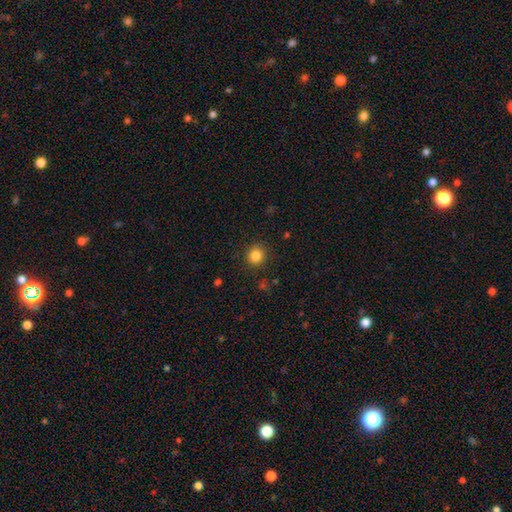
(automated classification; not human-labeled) A smooth galaxy with no disk features (84%) that is round (90%).

Vote fractions:
- Smooth or featured? smooth: 84% / star or artifact: 11% / featured or disk: 4%
- How rounded? round: 90% / in between: 10% / cigar-shaped: 1%
- Merging? none: 89% / minor disturbance: 7% / major disturbance: 3% / merger: 1%